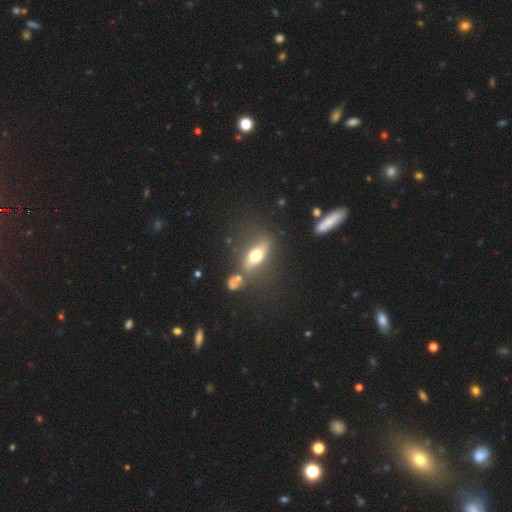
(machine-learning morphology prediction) smooth 52%, featured or disk 39%, star or artifact 9%. Down the decision tree: how rounded — in between (61%); merging — none (65%).